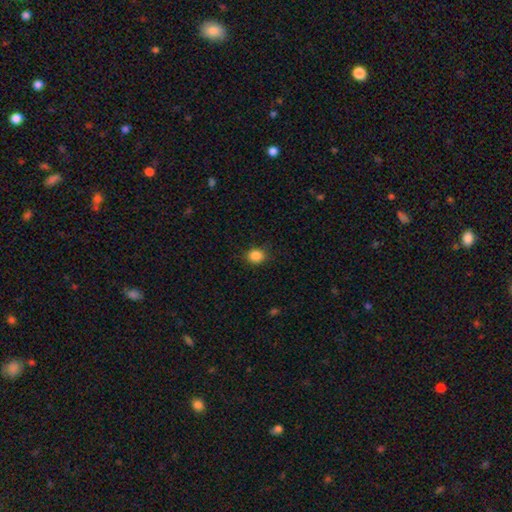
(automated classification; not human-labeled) Q: Smooth or featured?
A: smooth (86%); runner-up: star or artifact (11%)
Q: How rounded?
A: round (70%); runner-up: in between (29%)
Q: Merging?
A: none (86%); runner-up: minor disturbance (10%)